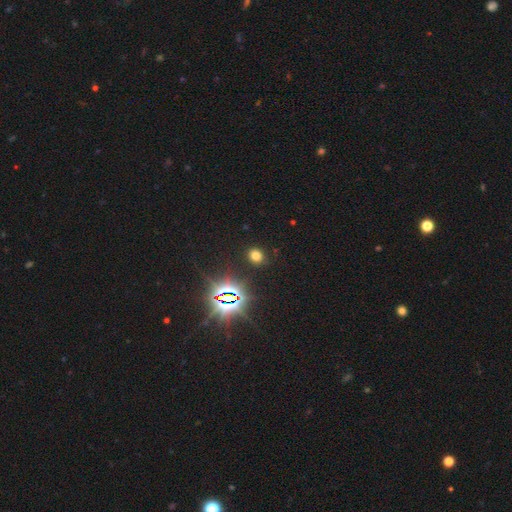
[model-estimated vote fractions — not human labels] smooth_or_featured: smooth (p=0.63) [alt: star or artifact p=0.30]
how_rounded: round (p=0.62) [alt: in between p=0.37]
merging: none (p=0.89) [alt: minor disturbance p=0.07]